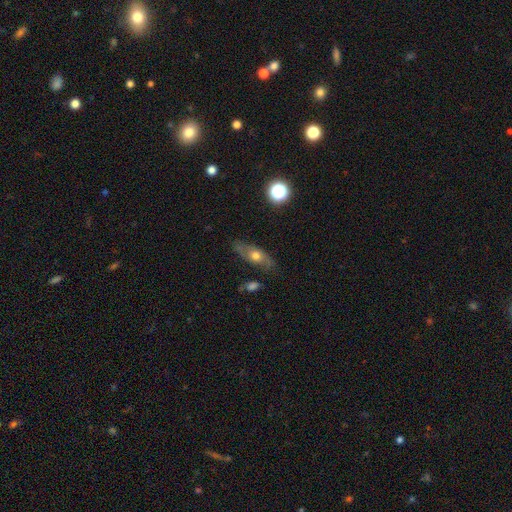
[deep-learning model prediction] This is possibly a smooth galaxy (47%). Merging: likely none (71%).